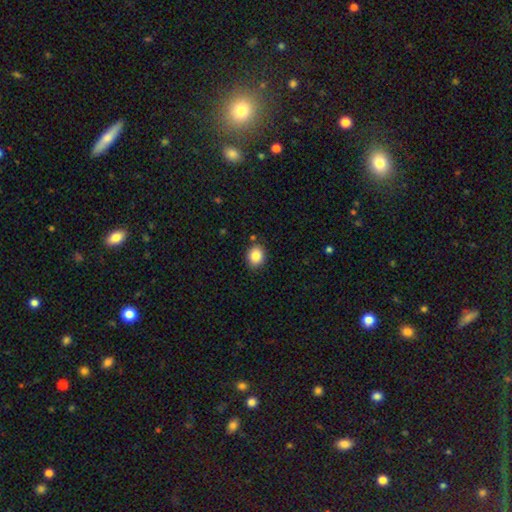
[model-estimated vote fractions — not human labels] This is clearly a smooth galaxy (85%). How rounded: possibly round (54%). Merging: clearly none (85%).